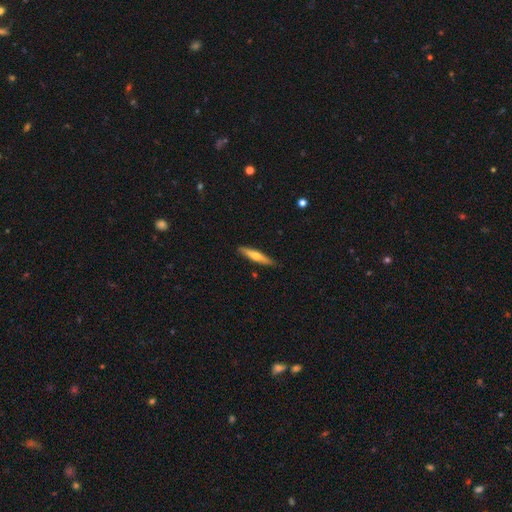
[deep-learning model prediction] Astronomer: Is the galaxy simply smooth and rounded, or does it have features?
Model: smooth — 49% (runner-up: featured or disk, 46%).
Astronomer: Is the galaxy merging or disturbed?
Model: none — 88%.